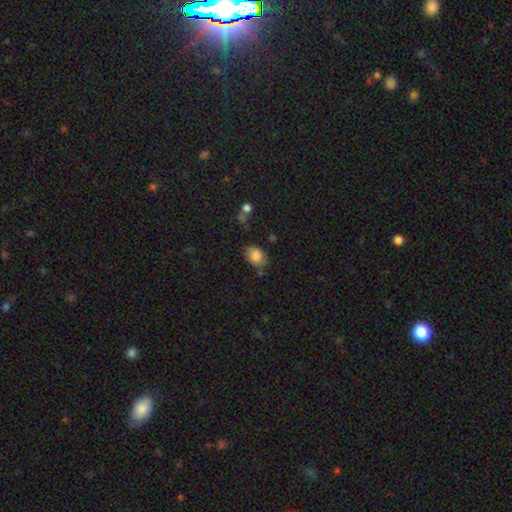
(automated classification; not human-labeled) smooth 84%, star or artifact 9%, featured or disk 7%. Down the decision tree: how rounded — in between (61%); merging — none (67%).